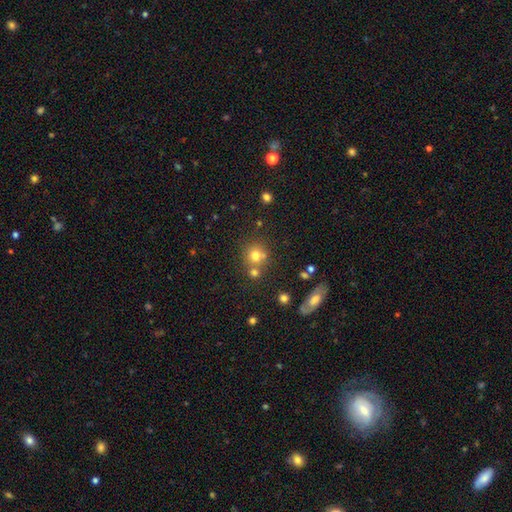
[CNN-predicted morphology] Smooth or featured? Predicted: smooth (p=0.74). How rounded? Predicted: round (p=0.87). Merging? Predicted: none (p=0.61).